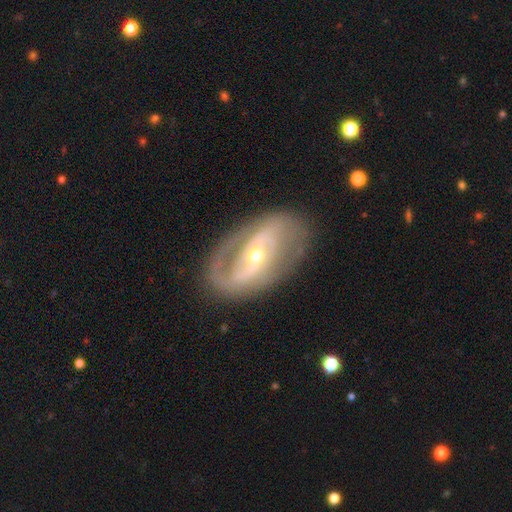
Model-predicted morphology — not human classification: smooth-or-featured: featured or disk: 85% | smooth: 10% | star or artifact: 6%
  disk-edge-on: no: 95% | yes: 5%
    bar: strong: 37% | weak: 36% | no: 27%
    has-spiral-arms: yes: 86% | no: 14%
      spiral-winding: medium: 44% | tight: 33% | loose: 23%
      spiral-arm-count: 2: 76% | can't tell: 12% | 1: 6% | 3: 3% | 4: 1% | more than 4: 1%
    bulge-size: small: 59% | moderate: 37% | large: 2% | none: 1% | dominant: 1%
  merging: none: 76% | minor disturbance: 15% | major disturbance: 8% | merger: 1%